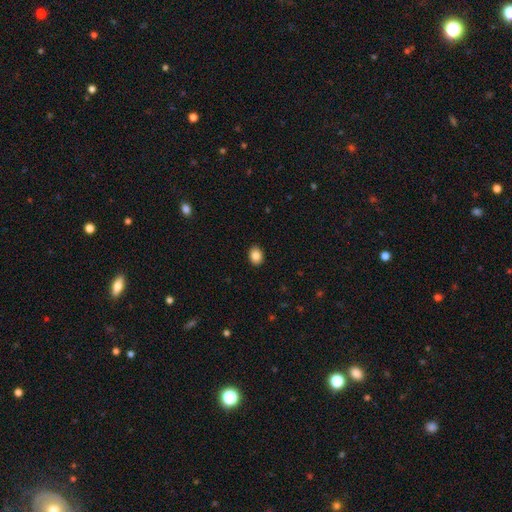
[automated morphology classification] Smooth or featured? smooth (87%)
How rounded? in between (65%)
Merging? none (91%)